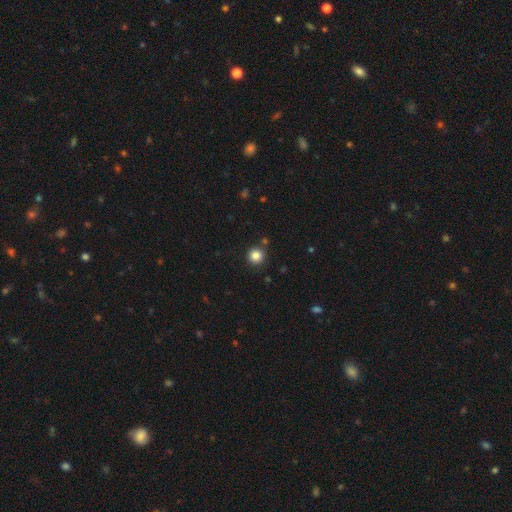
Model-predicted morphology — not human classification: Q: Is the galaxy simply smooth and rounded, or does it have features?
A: smooth — 84%.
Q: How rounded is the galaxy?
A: round — 94%.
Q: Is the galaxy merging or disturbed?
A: none — 87%.